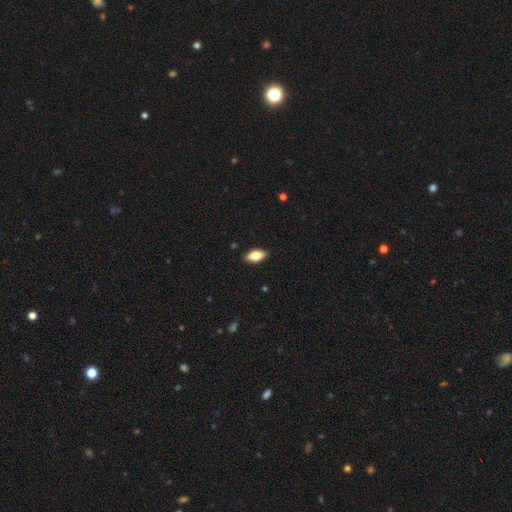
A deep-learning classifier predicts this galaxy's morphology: Q: Smooth or featured?
A: smooth (78%); runner-up: featured or disk (15%)
Q: How rounded?
A: in between (86%); runner-up: cigar-shaped (11%)
Q: Merging?
A: none (89%); runner-up: minor disturbance (8%)